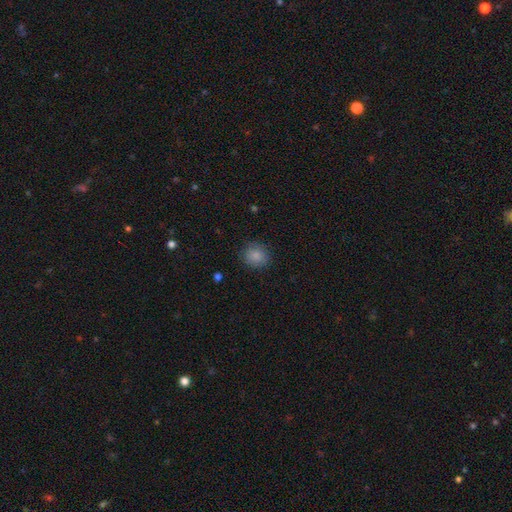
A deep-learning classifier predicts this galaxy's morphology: This is clearly a smooth galaxy (86%). How rounded: clearly round (85%). Merging: clearly none (87%).